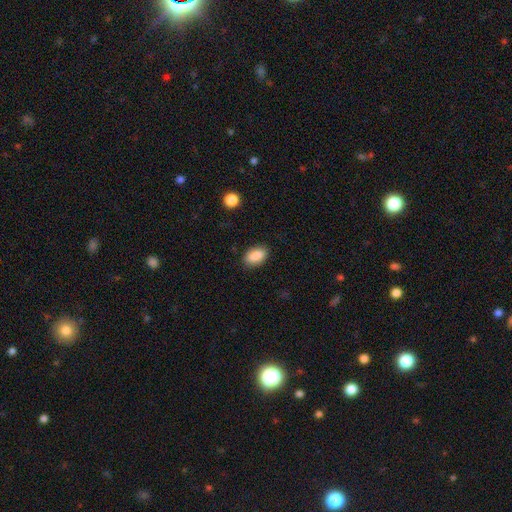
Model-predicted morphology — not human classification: Overall: smooth (87%). How rounded: in between (91%). Merging: none (86%).